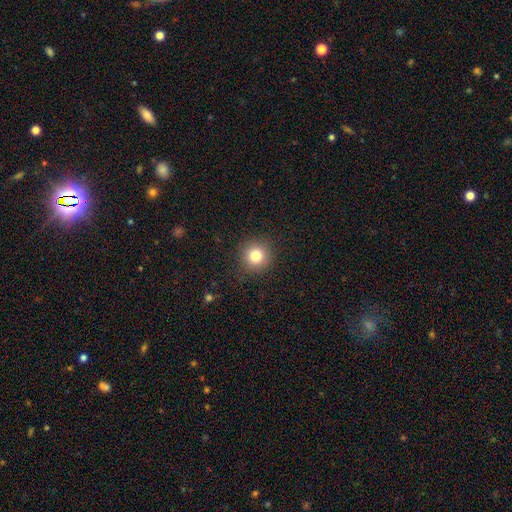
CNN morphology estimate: Smooth or featured? Predicted: smooth (p=0.81). How rounded? Predicted: round (p=0.94). Merging? Predicted: none (p=0.91).